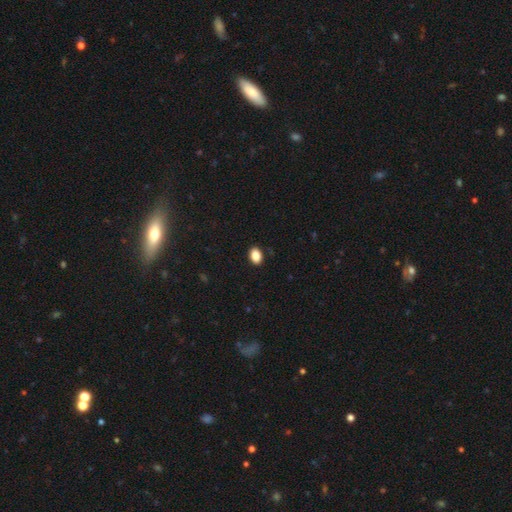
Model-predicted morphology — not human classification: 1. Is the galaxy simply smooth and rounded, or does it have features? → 87% smooth, 8% star or artifact, 4% featured or disk.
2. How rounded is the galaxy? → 80% in between, 19% round, 1% cigar-shaped.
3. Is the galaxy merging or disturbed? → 90% none, 7% minor disturbance, 2% major disturbance, 1% merger.